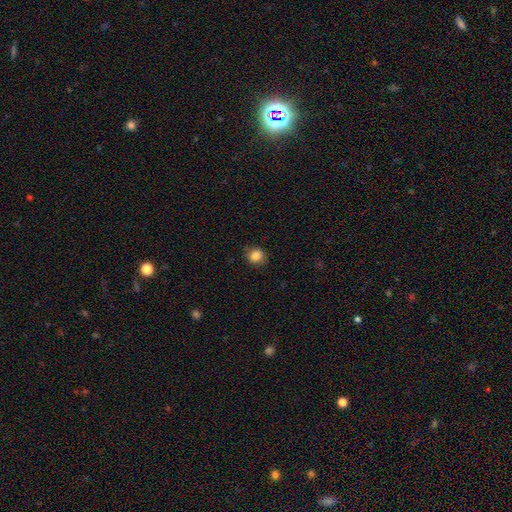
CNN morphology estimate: Overall: smooth (85%). How rounded: round (78%). Merging: none (85%).